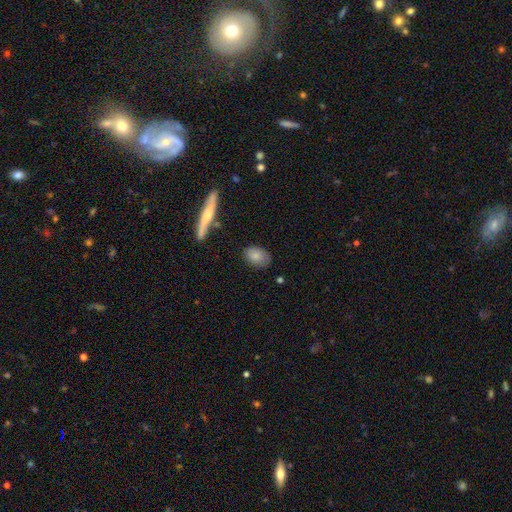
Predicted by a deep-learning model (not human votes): smooth 82%, featured or disk 11%, star or artifact 7%. Down the decision tree: how rounded — in between (84%); merging — none (79%).